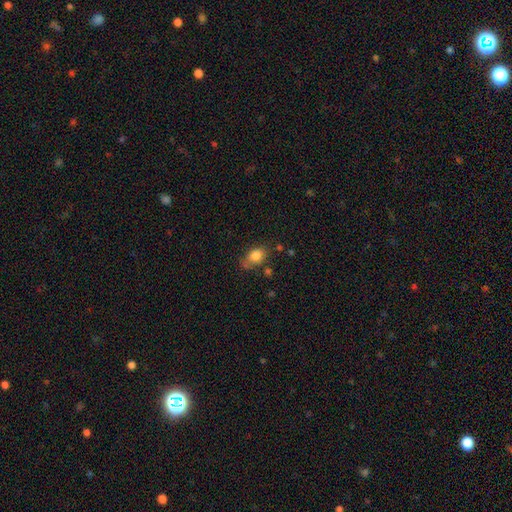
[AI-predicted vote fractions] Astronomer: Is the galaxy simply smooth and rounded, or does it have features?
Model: smooth — 82%.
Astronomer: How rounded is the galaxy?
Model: in between — 65%.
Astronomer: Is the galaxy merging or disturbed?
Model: none — 58%.